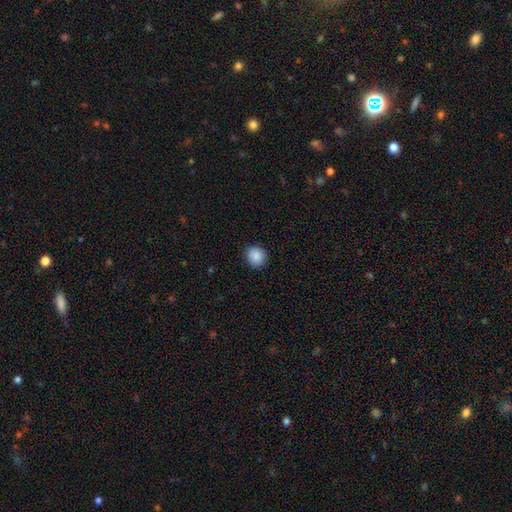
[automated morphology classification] This is clearly a smooth galaxy (88%). How rounded: clearly round (88%). Merging: clearly none (89%).